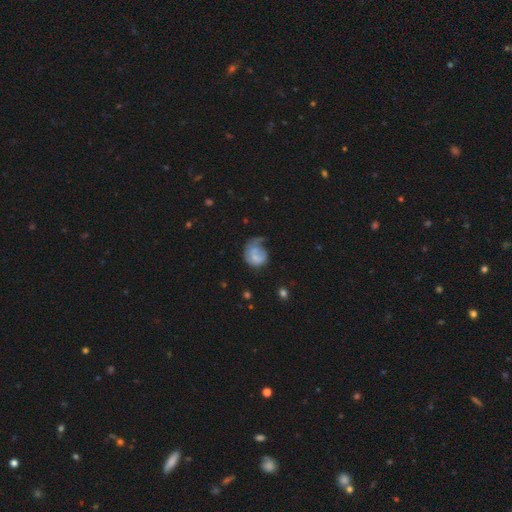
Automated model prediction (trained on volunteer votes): Smooth or featured?
  - smooth: 51% *
  - featured or disk: 39%
  - star or artifact: 9%
How rounded?
  - round: 61% *
  - in between: 38%
  - cigar-shaped: 1%
Merging?
  - major disturbance: 41% *
  - none: 28%
  - minor disturbance: 23%
  - merger: 8%